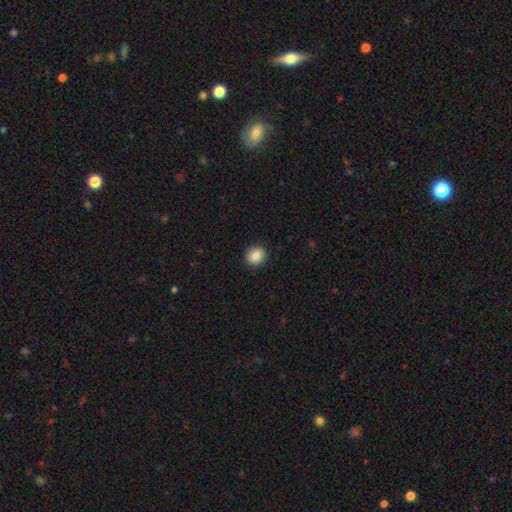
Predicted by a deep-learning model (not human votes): This is clearly a smooth galaxy (87%). How rounded: likely round (76%). Merging: clearly none (91%).